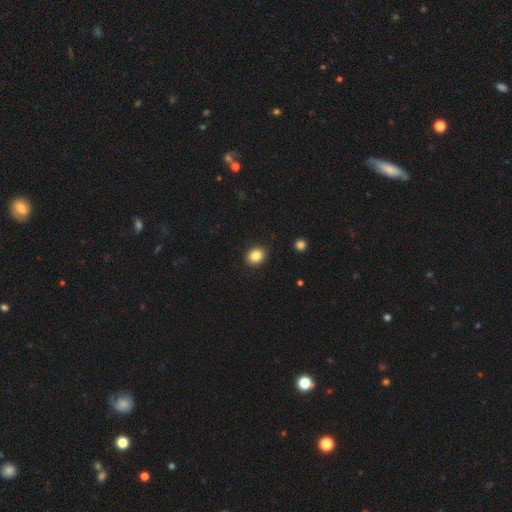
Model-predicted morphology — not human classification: Overall: smooth (85%). How rounded: round (60%; in between 40%). Merging: none (90%).